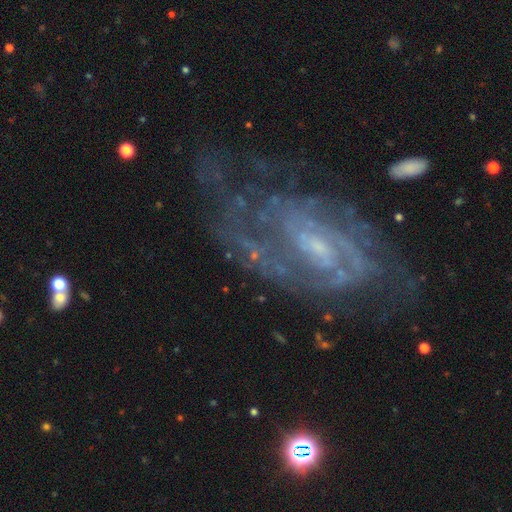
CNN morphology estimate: A featured or disk galaxy (87%) with a weak bar (49%), 2 (37%) tight (52%) spiral arms (93%) and a small central bulge (64%). Merging: none (59%).